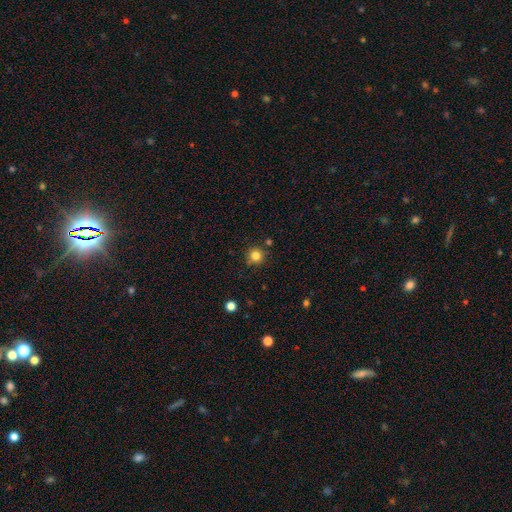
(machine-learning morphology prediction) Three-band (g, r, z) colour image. It shows a smooth galaxy with no disk features (82%) that is round (95%). Merging: none (85%).